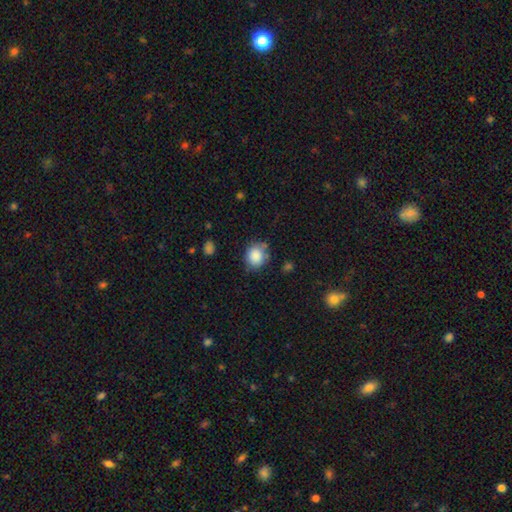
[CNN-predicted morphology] smooth_or_featured: smooth (p=0.86) [alt: star or artifact p=0.09]
how_rounded: round (p=0.77) [alt: in between p=0.22]
merging: none (p=0.69) [alt: minor disturbance p=0.19]